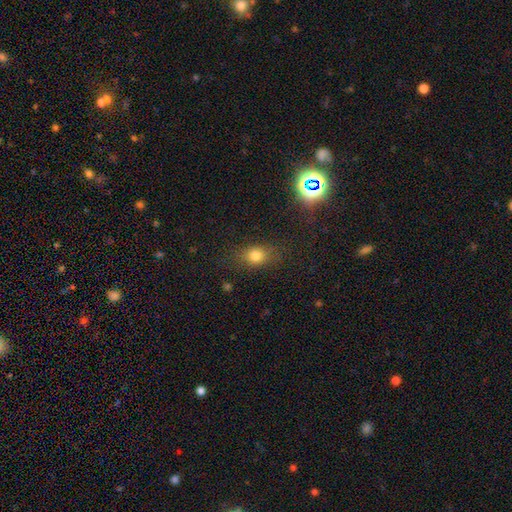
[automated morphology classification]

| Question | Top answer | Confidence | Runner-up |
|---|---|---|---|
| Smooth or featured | smooth | 77% | star or artifact (15%) |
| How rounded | in between | 58% | round (39%) |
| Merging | none | 78% | minor disturbance (14%) |